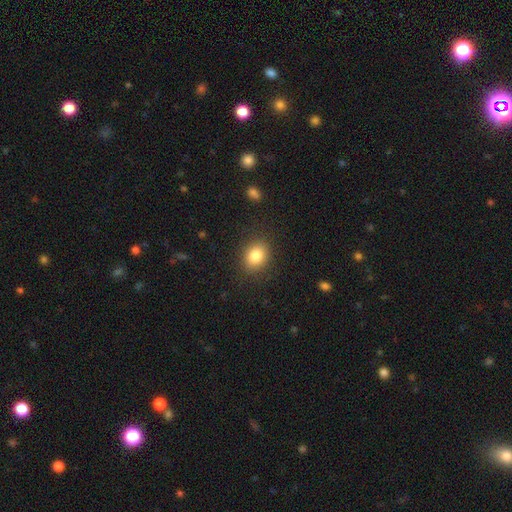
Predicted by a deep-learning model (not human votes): This appears to be a smooth galaxy with no disk features (83%) that is round (52%). Merging: none (87%).